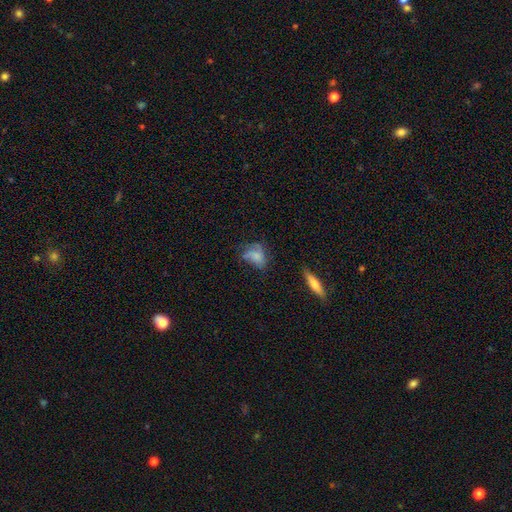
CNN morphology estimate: The model was most divided on "merging": none: 38%, minor disturbance: 29%, major disturbance: 28%, merger: 5%. More confident: how rounded — in between (75%); smooth or featured — smooth (62%).